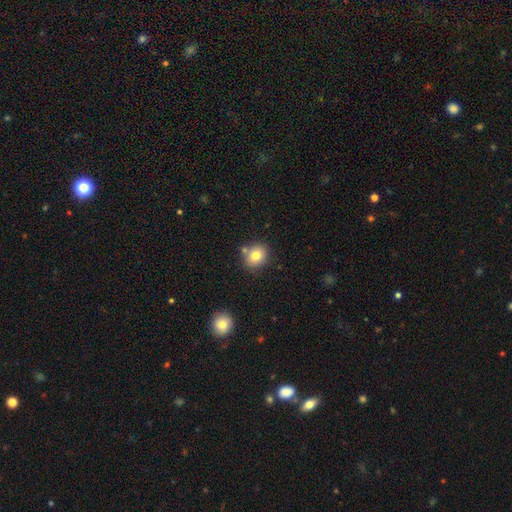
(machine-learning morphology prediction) Smooth or featured? Predicted: smooth (p=0.78). How rounded? Predicted: round (p=0.70). Merging? Predicted: none (p=0.74).